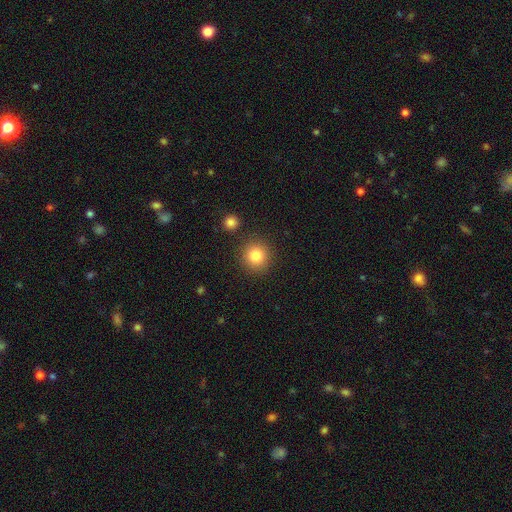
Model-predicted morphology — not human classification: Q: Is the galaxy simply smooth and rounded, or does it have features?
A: smooth — 83%.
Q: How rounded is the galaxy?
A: round — 93%.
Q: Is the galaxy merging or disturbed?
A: none — 87%.